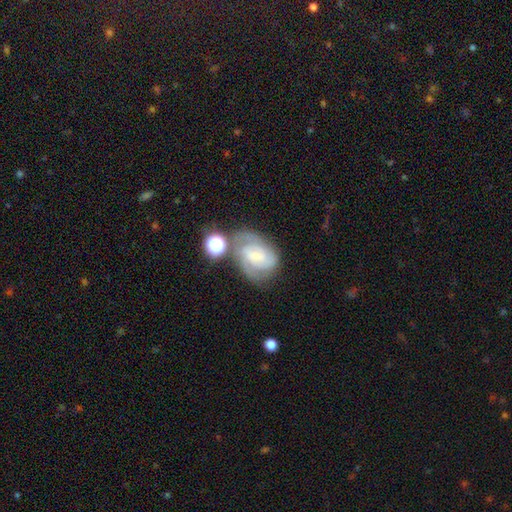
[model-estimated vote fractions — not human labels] featured or disk 72%, smooth 19%, star or artifact 9%. Down the decision tree: edge-on disk — no (97%); bar — weak (49%); spiral arms — yes (92%); spiral arm count — 2 (56%); spiral winding — tight (49%); bulge size — small (58%); merging — none (54%).